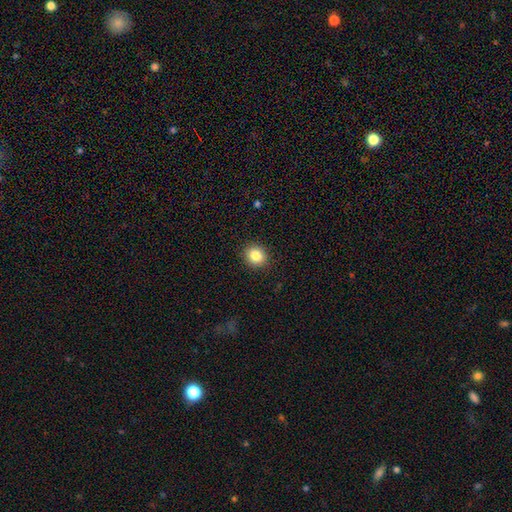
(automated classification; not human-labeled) smooth 84%, star or artifact 10%, featured or disk 6%. Down the decision tree: how rounded — round (80%); merging — none (91%).